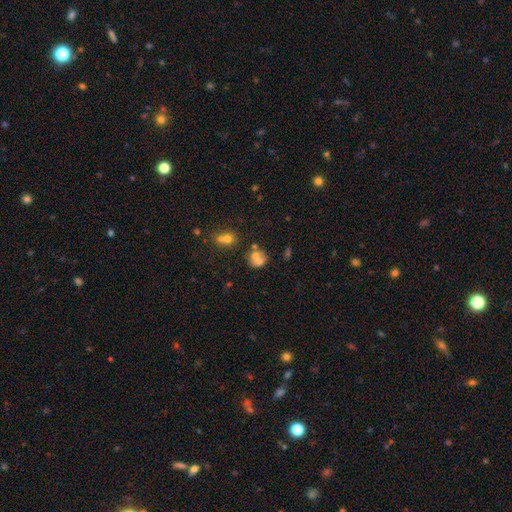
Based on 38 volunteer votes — A smooth galaxy with no disk features (61%) that is in between round and cigar-shaped (61%). Merging: merger (50%).